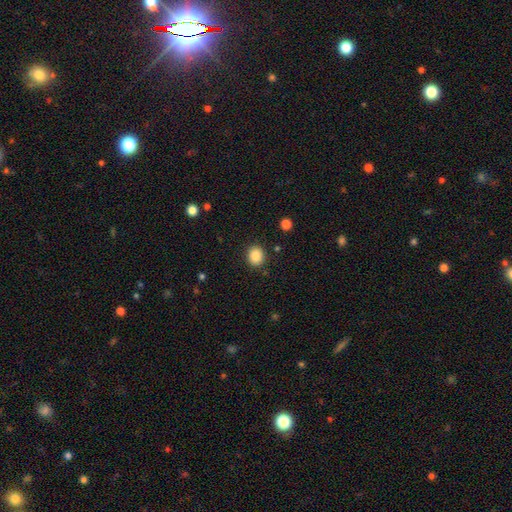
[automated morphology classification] Overall: smooth (88%). How rounded: round (74%). Merging: none (89%).